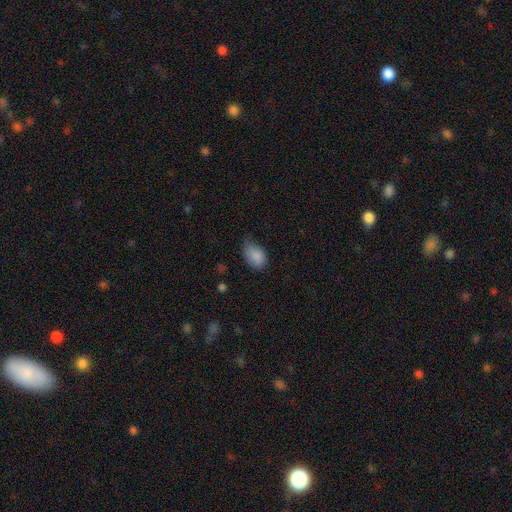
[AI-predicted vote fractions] A smooth galaxy with no disk features (87%) that is in between round and cigar-shaped (87%).

Vote fractions:
- Smooth or featured? smooth: 87% / star or artifact: 8% / featured or disk: 6%
- How rounded? in between: 87% / round: 12% / cigar-shaped: 1%
- Merging? none: 52% / minor disturbance: 38% / major disturbance: 9% / merger: 1%